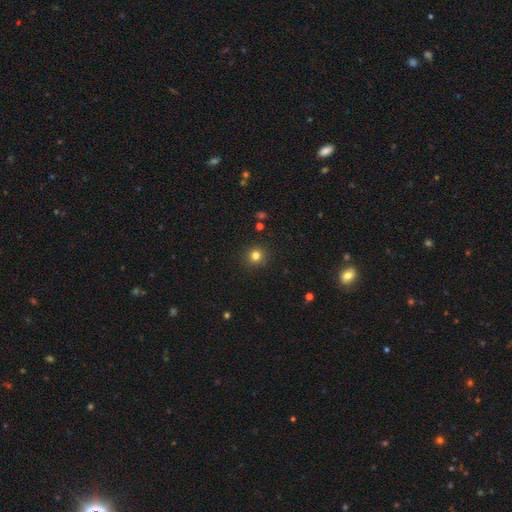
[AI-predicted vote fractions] Overall: smooth (80%). How rounded: round (94%). Merging: none (92%).